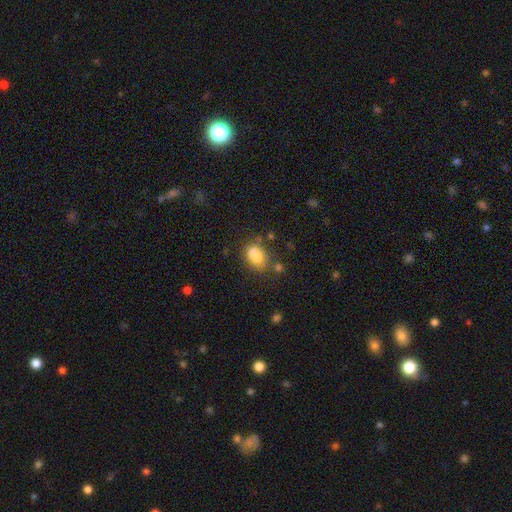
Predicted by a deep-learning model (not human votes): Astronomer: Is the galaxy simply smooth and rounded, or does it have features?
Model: smooth — 73%.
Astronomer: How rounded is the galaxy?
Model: in between — 67%.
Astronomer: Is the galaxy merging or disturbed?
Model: none — 44% (runner-up: merger, 33%).